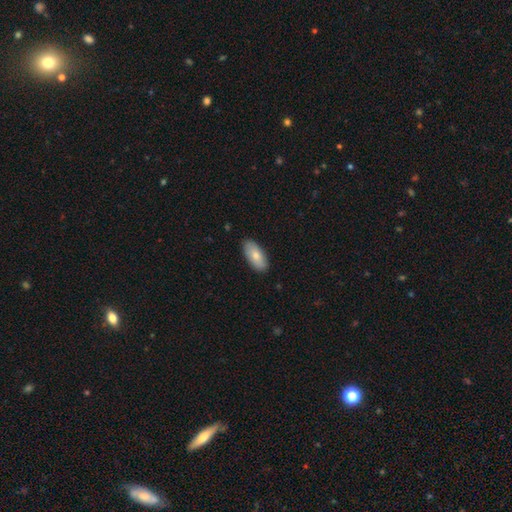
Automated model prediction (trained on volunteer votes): smooth-or-featured: smooth: 77% | featured or disk: 18% | star or artifact: 5%
  how-rounded: in between: 91% | cigar-shaped: 7% | round: 2%
  merging: none: 88% | minor disturbance: 10% | major disturbance: 2% | merger: 1%